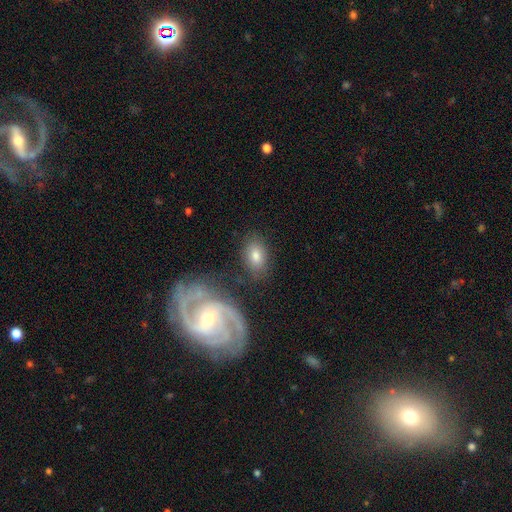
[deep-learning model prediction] Morphology: type=smooth (68%); roundness=in between (84%); merging=none (74%).